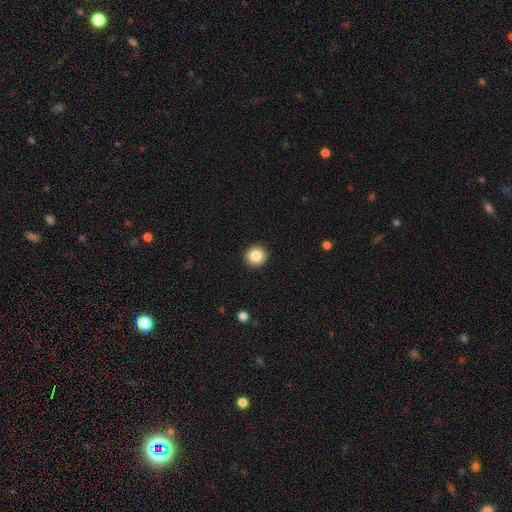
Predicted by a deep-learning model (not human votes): Overall: smooth (85%). How rounded: round (95%). Merging: none (93%).